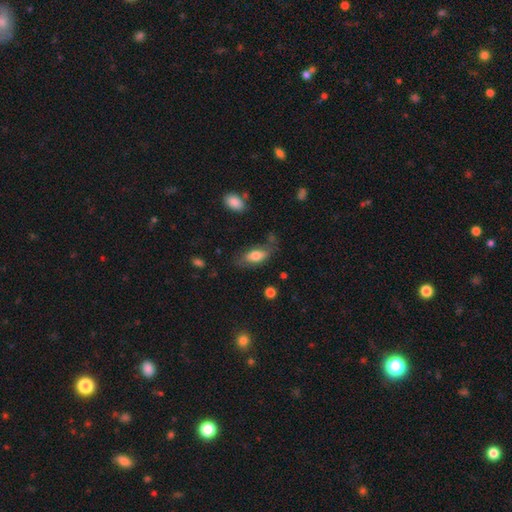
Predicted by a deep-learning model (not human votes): Smooth or featured: smooth — 72% (featured or disk — 21%)
How rounded: in between — 84% (cigar-shaped — 12%)
Merging: none — 63% (minor disturbance — 24%)